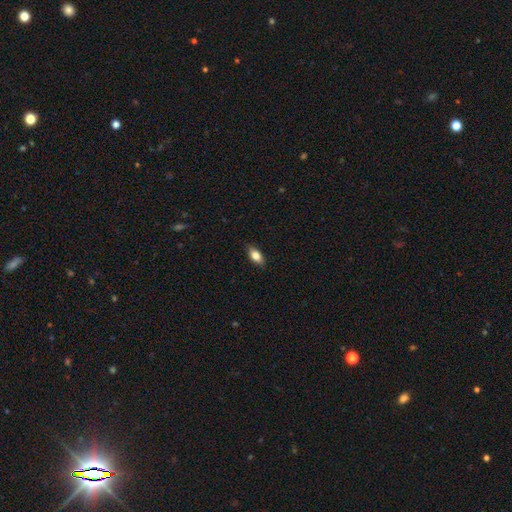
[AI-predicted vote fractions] smooth_or_featured: smooth (p=0.81) [alt: featured or disk p=0.12]
how_rounded: in between (p=0.87) [alt: cigar-shaped p=0.08]
merging: none (p=0.86) [alt: minor disturbance p=0.11]